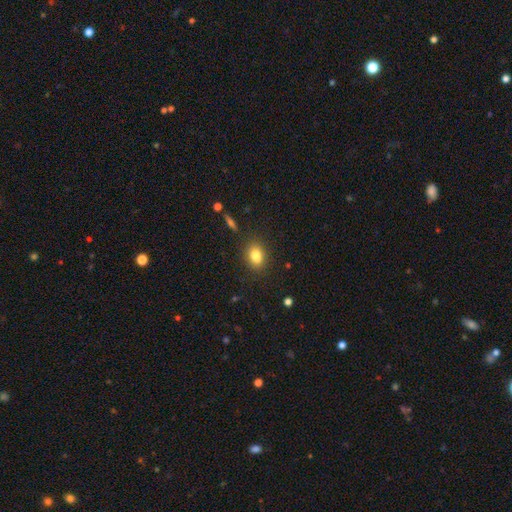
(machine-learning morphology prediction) smooth-or-featured: smooth: 82% | star or artifact: 10% | featured or disk: 8%
  how-rounded: in between: 72% | round: 26% | cigar-shaped: 2%
  merging: none: 83% | minor disturbance: 11% | major disturbance: 3% | merger: 2%